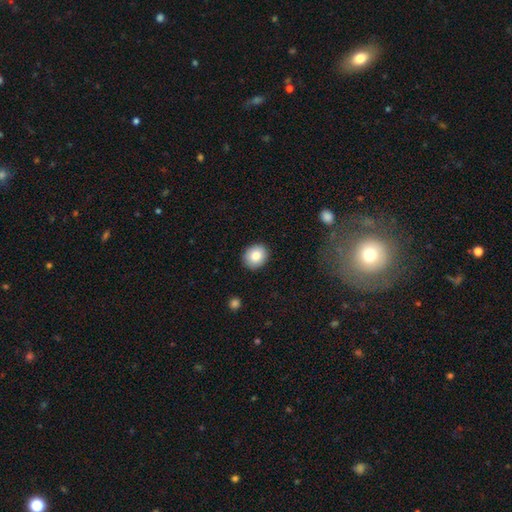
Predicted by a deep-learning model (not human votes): smooth-or-featured: smooth: 85% | star or artifact: 8% | featured or disk: 7%
  how-rounded: round: 70% | in between: 29% | cigar-shaped: 1%
  merging: none: 90% | minor disturbance: 7% | major disturbance: 2% | merger: 1%